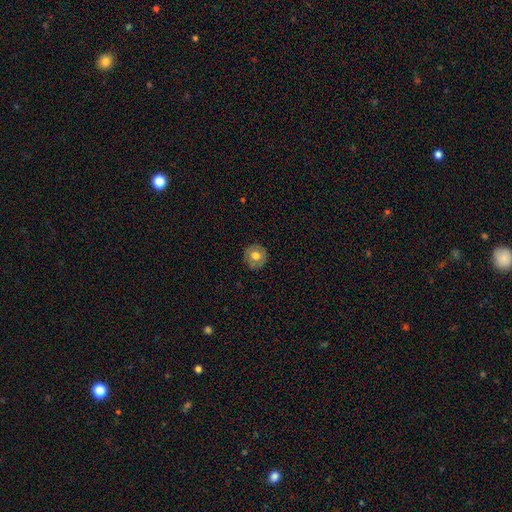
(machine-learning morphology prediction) Smooth or featured? Predicted: smooth (p=0.67). How rounded? Predicted: round (p=0.92). Merging? Predicted: none (p=0.87).